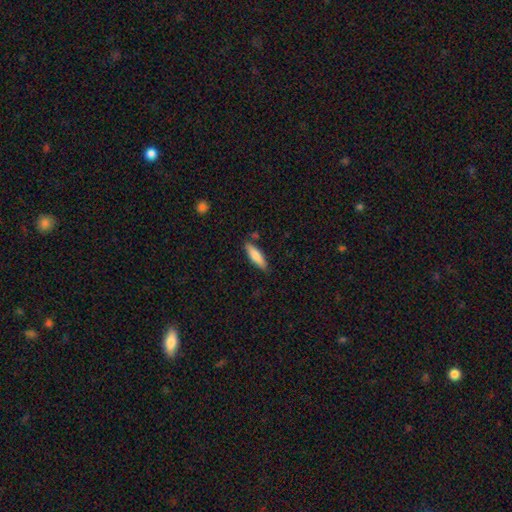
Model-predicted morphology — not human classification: smooth_or_featured: smooth (p=0.78) [alt: featured or disk p=0.16]
how_rounded: cigar-shaped (p=0.65) [alt: in between p=0.33]
merging: none (p=0.81) [alt: minor disturbance p=0.13]